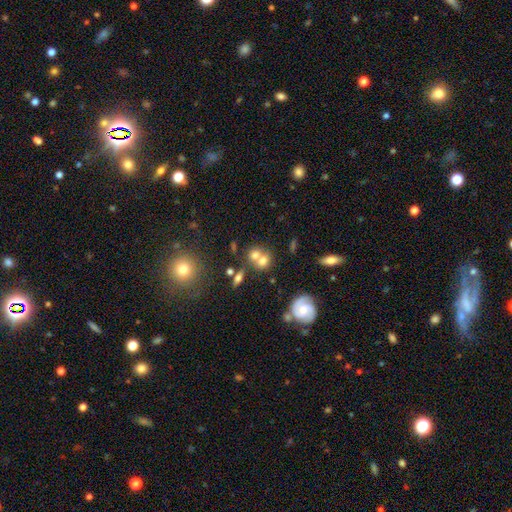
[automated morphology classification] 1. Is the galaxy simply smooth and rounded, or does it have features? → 65% smooth, 24% featured or disk, 12% star or artifact.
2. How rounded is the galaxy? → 69% round, 29% in between, 2% cigar-shaped.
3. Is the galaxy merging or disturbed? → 51% merger, 36% none, 9% minor disturbance, 4% major disturbance.